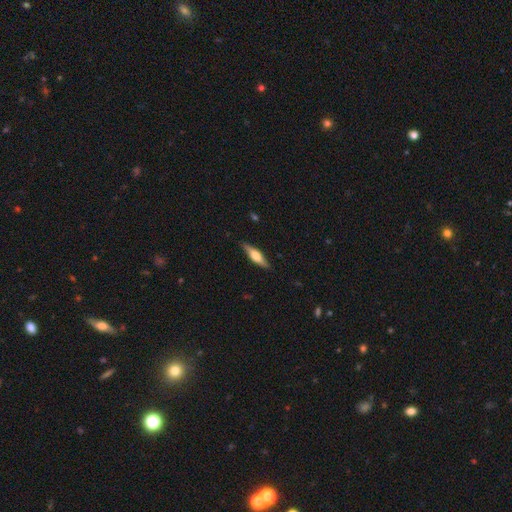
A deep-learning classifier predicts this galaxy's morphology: Smooth or featured: featured or disk — 53% (smooth — 41%)
Edge-on disk: yes — 94% (no — 6%)
Merging: none — 87% (minor disturbance — 10%)